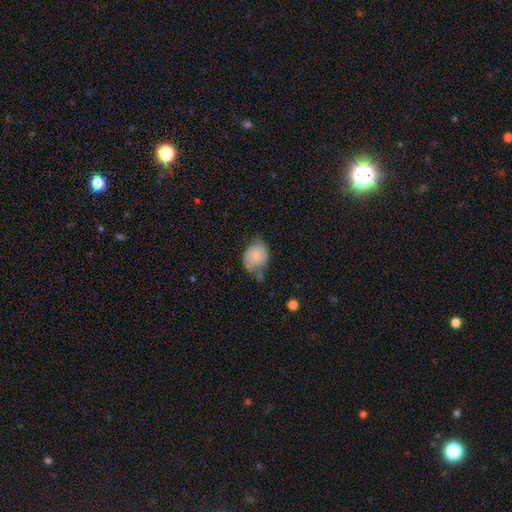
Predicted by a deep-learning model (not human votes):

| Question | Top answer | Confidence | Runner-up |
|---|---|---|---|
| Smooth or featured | smooth | 65% | featured or disk (28%) |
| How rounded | round | 60% | in between (39%) |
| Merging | none | 51% | minor disturbance (33%) |